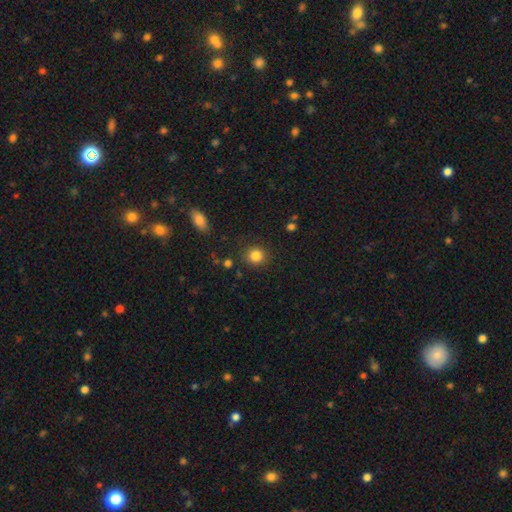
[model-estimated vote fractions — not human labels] Overall: smooth (84%). How rounded: round (85%). Merging: none (86%).